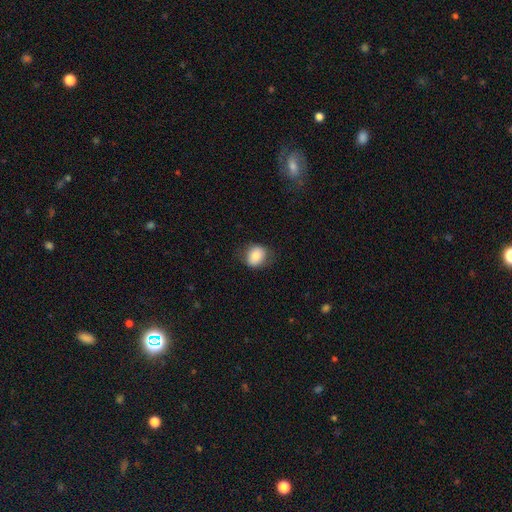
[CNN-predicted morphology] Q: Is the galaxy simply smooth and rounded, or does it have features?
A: smooth — 82%.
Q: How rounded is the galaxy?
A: round — 61%.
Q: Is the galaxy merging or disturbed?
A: none — 77%.